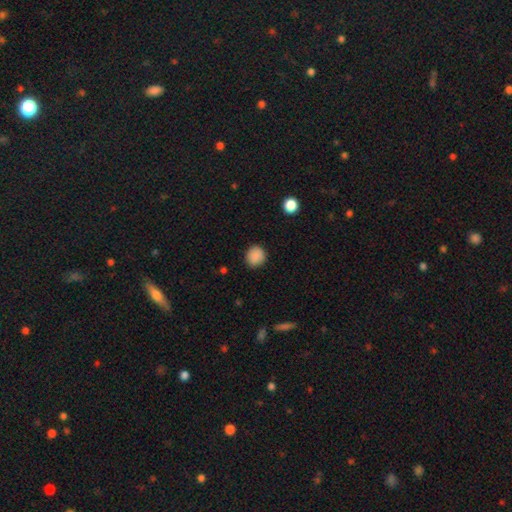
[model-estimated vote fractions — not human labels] Smooth or featured? smooth (88%)
How rounded? round (88%)
Merging? none (87%)